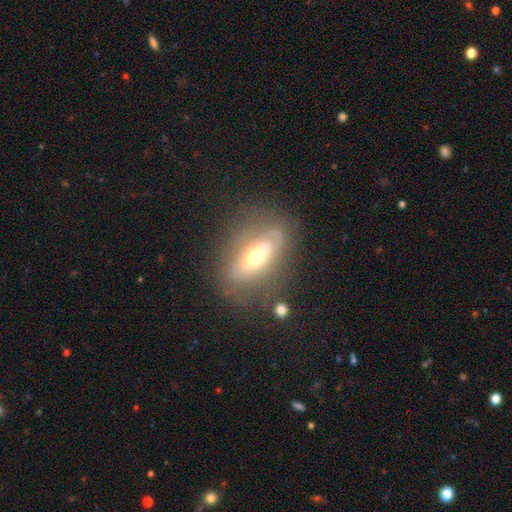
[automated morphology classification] The model was most divided on "smooth or featured": featured or disk: 57%, smooth: 35%, star or artifact: 7%. More confident: edge-on disk — no (74%); merging — none (66%).